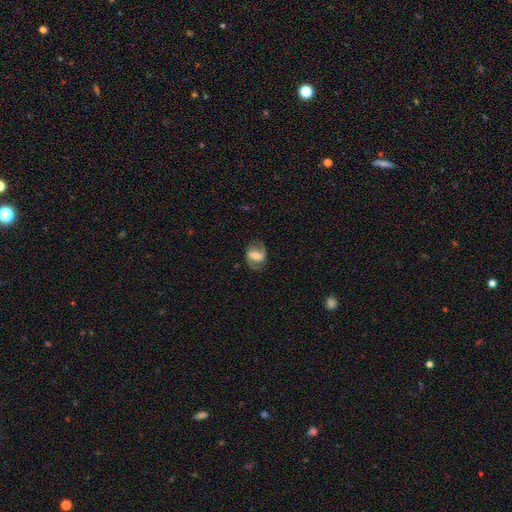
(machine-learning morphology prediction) smooth_or_featured: featured or disk (p=0.74) [alt: smooth p=0.19]
disk_edge_on: no (p=0.97) [alt: yes p=0.03]
bar: strong (p=0.43) [alt: weak p=0.41]
has_spiral_arms: yes (p=0.92) [alt: no p=0.08]
spiral_winding: medium (p=0.50) [alt: loose p=0.31]
spiral_arm_count: 2 (p=0.89) [alt: can't tell p=0.04]
bulge_size: moderate (p=0.37) [alt: small p=0.29]
merging: none (p=0.76) [alt: minor disturbance p=0.15]